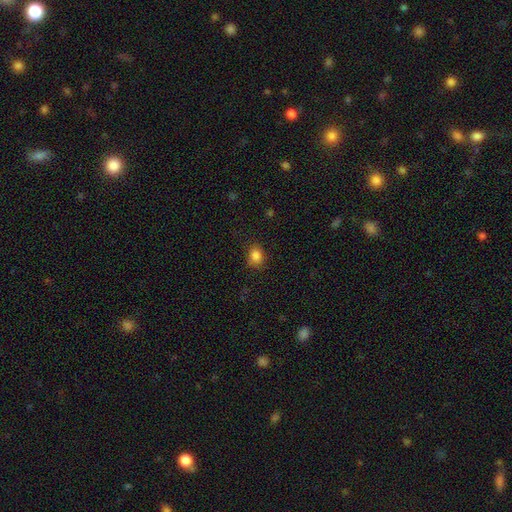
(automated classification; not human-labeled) This appears to be a smooth galaxy with no disk features (85%) that is in between round and cigar-shaped (57%). Merging: none (78%).